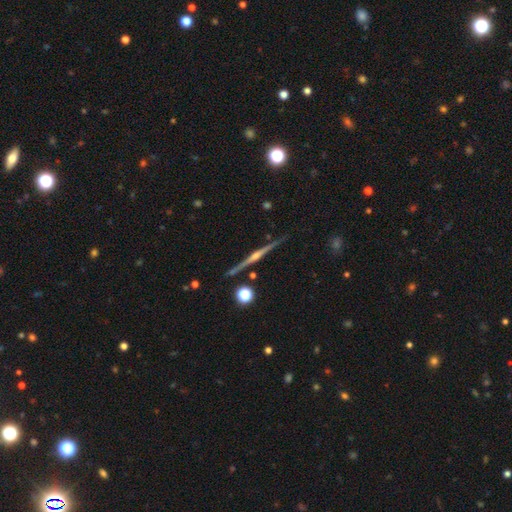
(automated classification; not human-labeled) A featured or disk galaxy (84%) viewed edge-on (98%) with a rounded central bulge (86%).

Vote fractions:
- Smooth or featured? featured or disk: 84% / smooth: 9% / star or artifact: 7%
- Edge-on disk? yes: 98% / no: 2%
- Edge-on bulge? rounded: 86% / boxy: 8% / none: 7%
- Merging? none: 90% / minor disturbance: 7% / merger: 2% / major disturbance: 2%